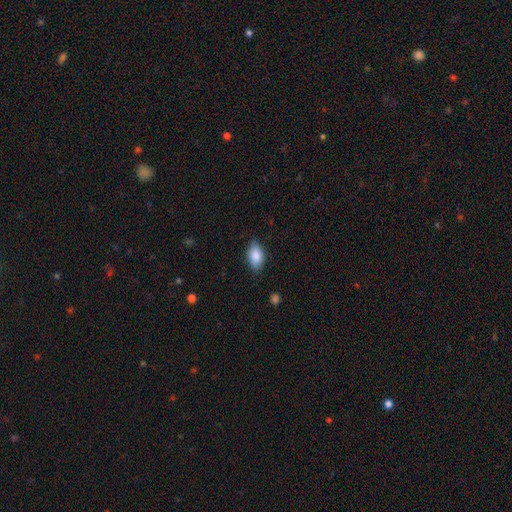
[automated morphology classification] smooth_or_featured: smooth (p=0.86) [alt: featured or disk p=0.08]
how_rounded: in between (p=0.92) [alt: round p=0.05]
merging: none (p=0.80) [alt: minor disturbance p=0.16]